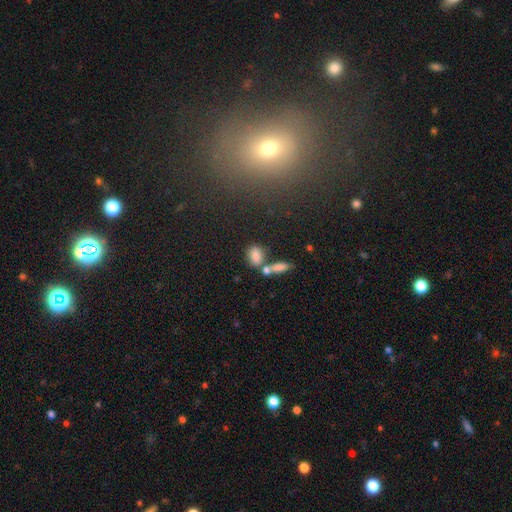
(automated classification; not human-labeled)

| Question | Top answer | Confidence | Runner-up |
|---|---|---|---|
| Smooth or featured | smooth | 78% | featured or disk (11%) |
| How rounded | in between | 79% | round (15%) |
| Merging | none | 48% | merger (36%) |